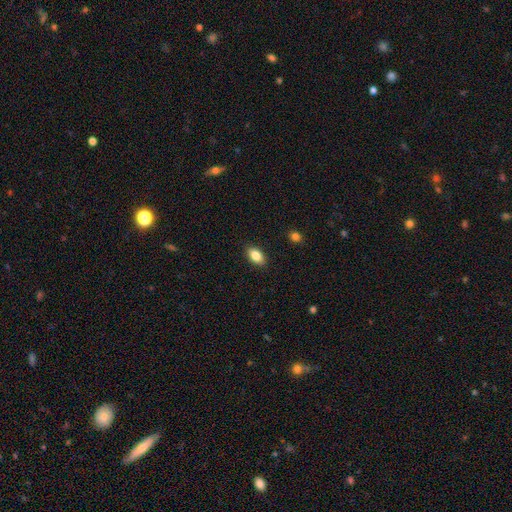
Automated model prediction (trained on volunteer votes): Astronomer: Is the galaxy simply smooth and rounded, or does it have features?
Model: smooth — 86%.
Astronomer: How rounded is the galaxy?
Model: in between — 91%.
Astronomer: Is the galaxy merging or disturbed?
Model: none — 89%.